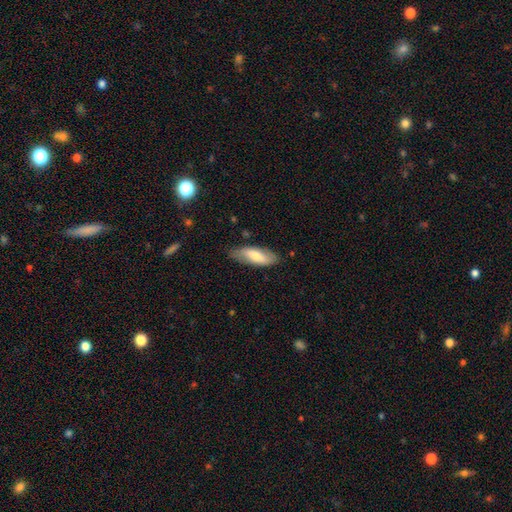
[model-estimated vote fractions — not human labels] Smooth or featured? Predicted: smooth (p=0.66). How rounded? Predicted: in between (p=0.71). Merging? Predicted: none (p=0.73).